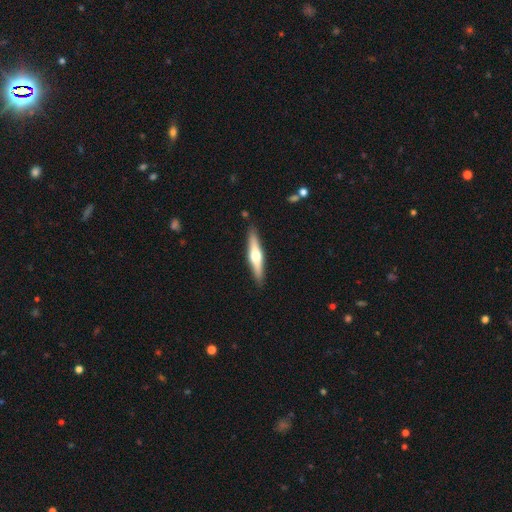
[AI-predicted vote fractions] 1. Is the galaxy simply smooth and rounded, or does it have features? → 59% featured or disk, 36% smooth, 5% star or artifact.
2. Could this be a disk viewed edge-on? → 95% yes, 5% no.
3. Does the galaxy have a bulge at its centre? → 94% rounded, 3% none, 3% boxy.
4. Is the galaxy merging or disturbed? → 89% none, 8% minor disturbance, 2% major disturbance, 1% merger.